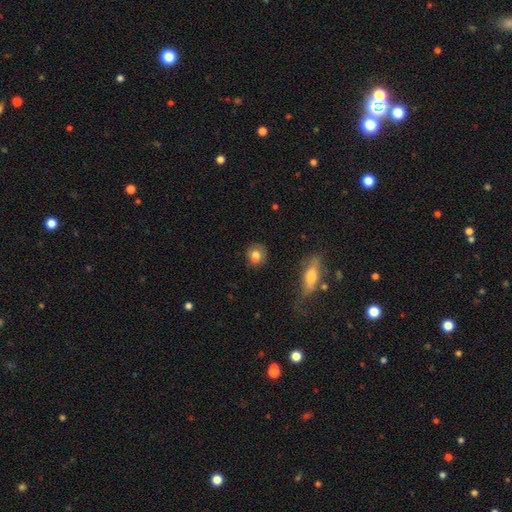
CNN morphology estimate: The model was most divided on "how rounded": round: 70%, in between: 28%, cigar-shaped: 2%. More confident: smooth or featured — smooth (78%); merging — none (73%).